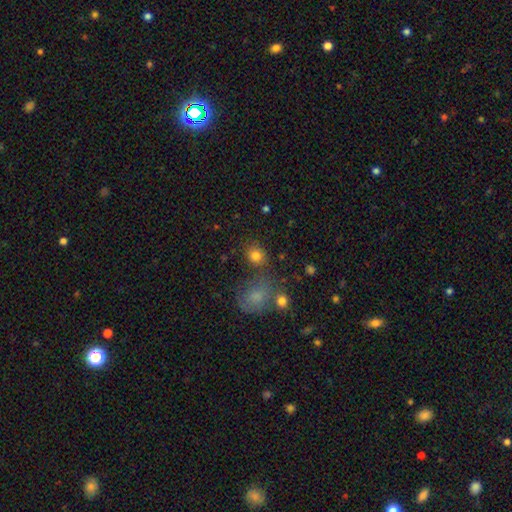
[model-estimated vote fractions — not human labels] A smooth galaxy with no disk features (81%) that is round (79%).

Vote fractions:
- Smooth or featured? smooth: 81% / star or artifact: 12% / featured or disk: 7%
- How rounded? round: 79% / in between: 20% / cigar-shaped: 1%
- Merging? none: 71% / merger: 12% / minor disturbance: 11% / major disturbance: 5%